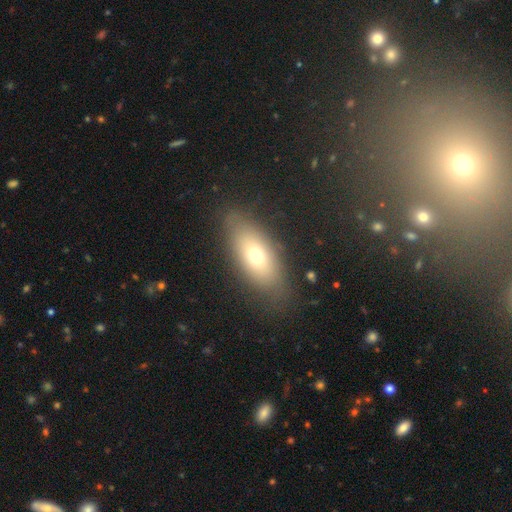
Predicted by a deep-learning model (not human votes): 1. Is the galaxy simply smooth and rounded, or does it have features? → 66% smooth, 25% featured or disk, 9% star or artifact.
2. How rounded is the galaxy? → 81% in between, 15% cigar-shaped, 4% round.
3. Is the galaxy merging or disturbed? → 81% none, 13% minor disturbance, 5% major disturbance, 1% merger.